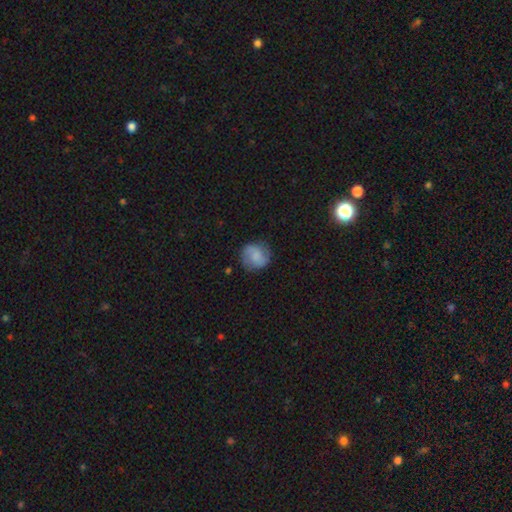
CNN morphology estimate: Smooth or featured?
  - smooth: 57% *
  - featured or disk: 35%
  - star or artifact: 8%
How rounded?
  - round: 85% *
  - in between: 14%
  - cigar-shaped: 1%
Merging?
  - none: 78% *
  - minor disturbance: 15%
  - major disturbance: 5%
  - merger: 1%